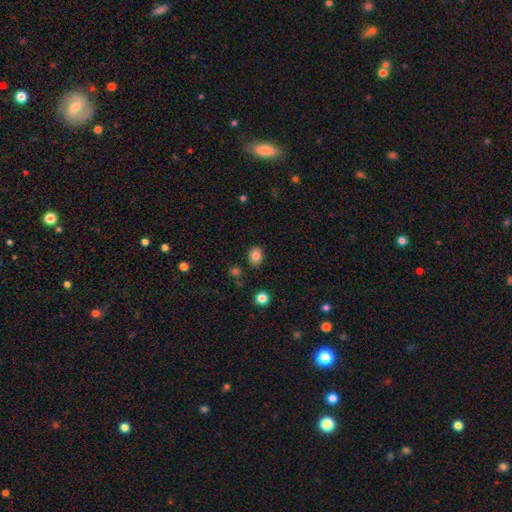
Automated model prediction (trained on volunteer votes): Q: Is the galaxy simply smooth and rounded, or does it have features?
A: smooth — 83%.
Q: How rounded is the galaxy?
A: in between — 53%.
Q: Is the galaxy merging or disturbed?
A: none — 86%.